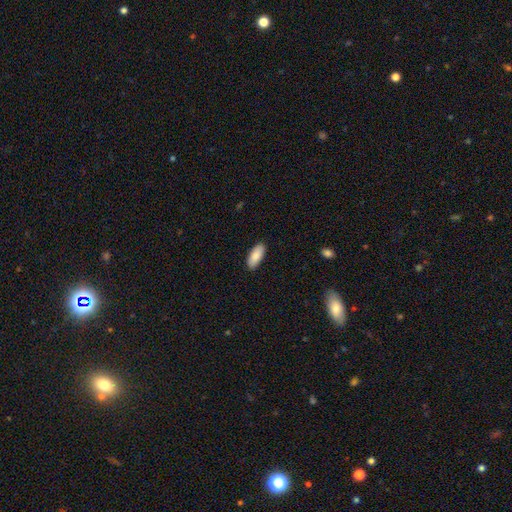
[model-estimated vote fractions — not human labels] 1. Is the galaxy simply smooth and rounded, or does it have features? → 88% smooth, 6% featured or disk, 6% star or artifact.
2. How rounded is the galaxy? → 84% in between, 14% cigar-shaped, 2% round.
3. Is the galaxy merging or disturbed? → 89% none, 8% minor disturbance, 2% major disturbance, 1% merger.